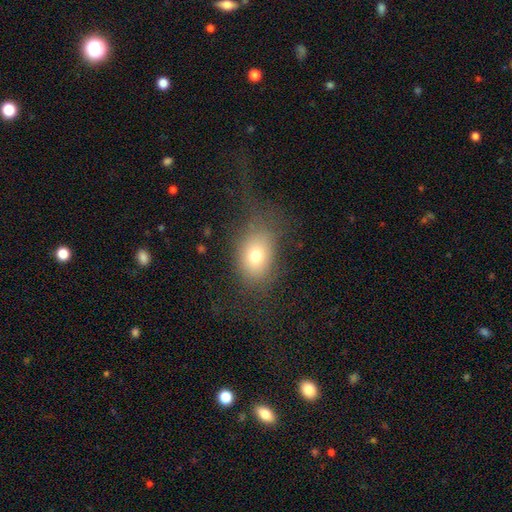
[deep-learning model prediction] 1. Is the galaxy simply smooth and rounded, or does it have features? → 72% smooth, 15% featured or disk, 13% star or artifact.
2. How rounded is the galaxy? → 66% in between, 33% round, 1% cigar-shaped.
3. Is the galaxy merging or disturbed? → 60% none, 20% major disturbance, 19% minor disturbance, 2% merger.